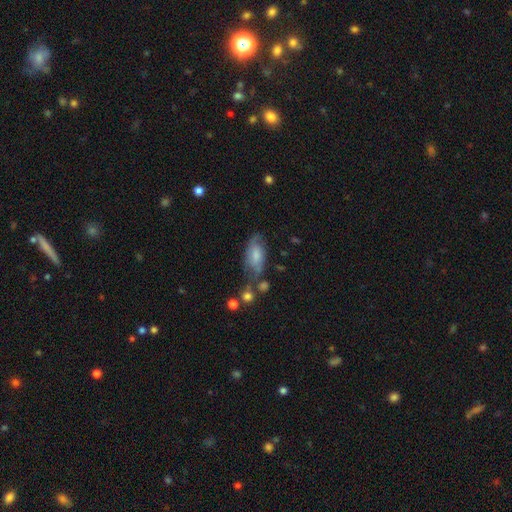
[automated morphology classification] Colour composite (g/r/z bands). It shows a smooth galaxy with no disk features (56%) that is in between round and cigar-shaped (87%). Merging: none (44%).